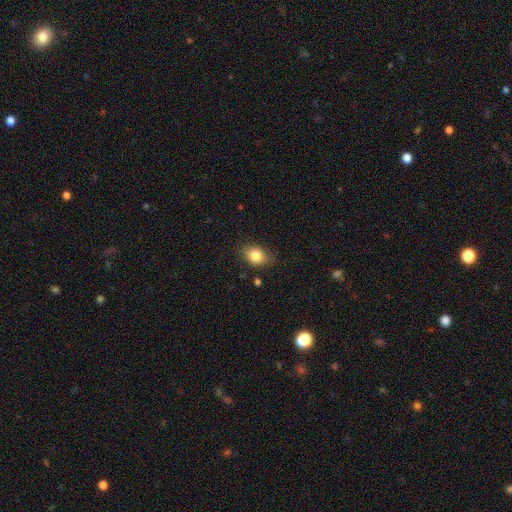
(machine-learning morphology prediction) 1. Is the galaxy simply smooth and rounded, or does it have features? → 83% smooth, 9% star or artifact, 8% featured or disk.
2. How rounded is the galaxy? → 69% in between, 30% round, 1% cigar-shaped.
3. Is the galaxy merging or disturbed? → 81% none, 14% minor disturbance, 3% major disturbance, 1% merger.